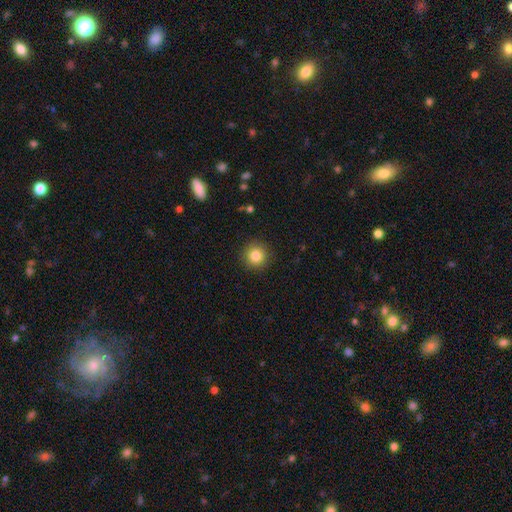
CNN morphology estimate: Smooth or featured? smooth (84%)
How rounded? round (95%)
Merging? none (91%)